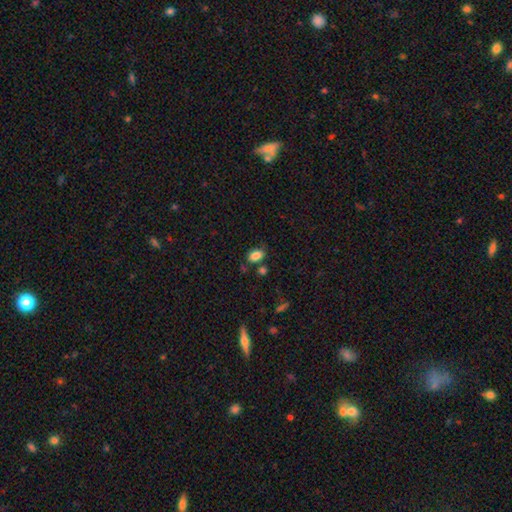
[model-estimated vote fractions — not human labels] Smooth or featured? Predicted: smooth (p=0.84). How rounded? Predicted: in between (p=0.85). Merging? Predicted: none (p=0.71).